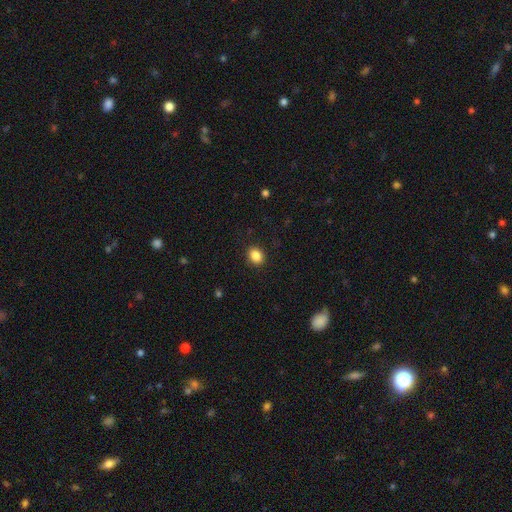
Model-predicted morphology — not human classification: Smooth or featured? Predicted: smooth (p=0.86). How rounded? Predicted: round (p=0.54). Merging? Predicted: none (p=0.89).